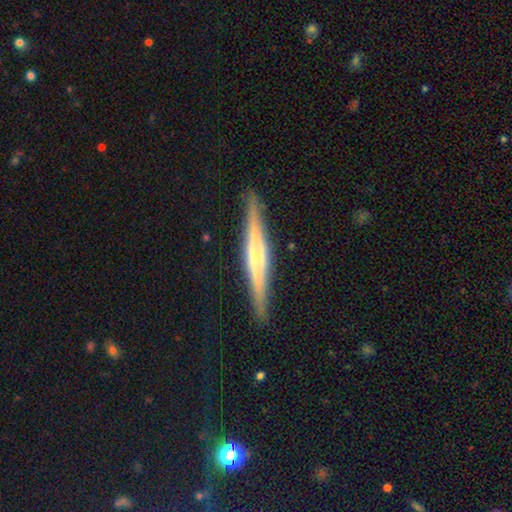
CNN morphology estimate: This appears to be a featured or disk galaxy (71%) viewed edge-on (98%) with a rounded central bulge (50%). Merging: none (90%).